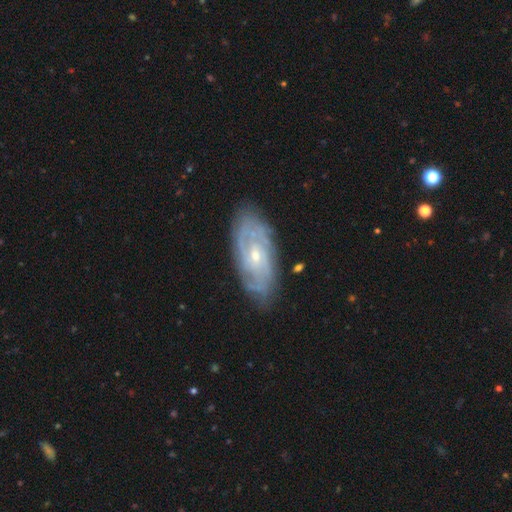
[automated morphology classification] Overall: featured or disk (84%). Edge-on disk: no (93%). Bar: no (62%; weak 31%). Spiral arms: yes (95%). Spiral arm count: can't tell (33%; 2 26%). Spiral winding: tight (69%). Bulge size: small (65%; moderate 32%). Merging: none (81%).